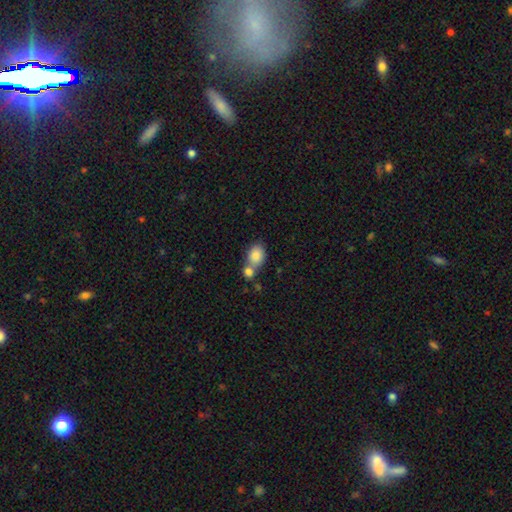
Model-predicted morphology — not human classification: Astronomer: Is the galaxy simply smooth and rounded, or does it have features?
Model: smooth — 85%.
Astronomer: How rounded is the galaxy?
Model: in between — 66%.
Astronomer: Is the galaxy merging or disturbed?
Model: merger — 47% (runner-up: none, 40%).